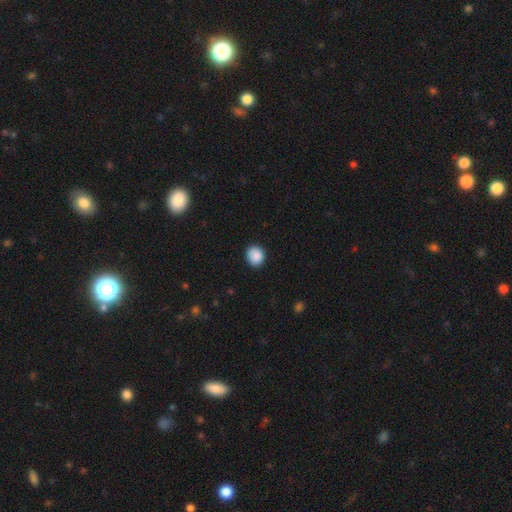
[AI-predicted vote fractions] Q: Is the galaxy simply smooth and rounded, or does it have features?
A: smooth — 88%.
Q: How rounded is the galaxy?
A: round — 74%.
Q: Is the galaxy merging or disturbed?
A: none — 87%.